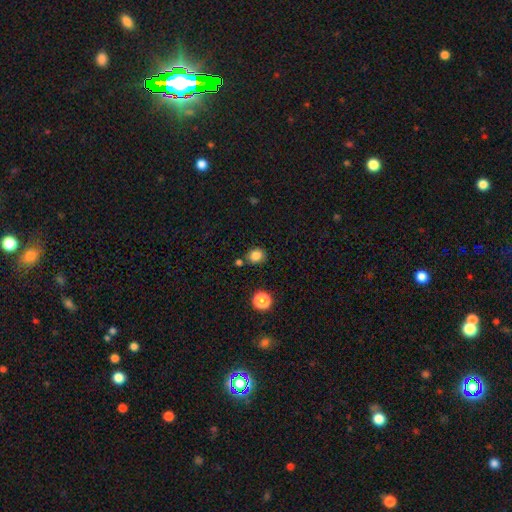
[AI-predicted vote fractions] smooth 83%, star or artifact 12%, featured or disk 5%. Down the decision tree: how rounded — round (70%); merging — none (77%).